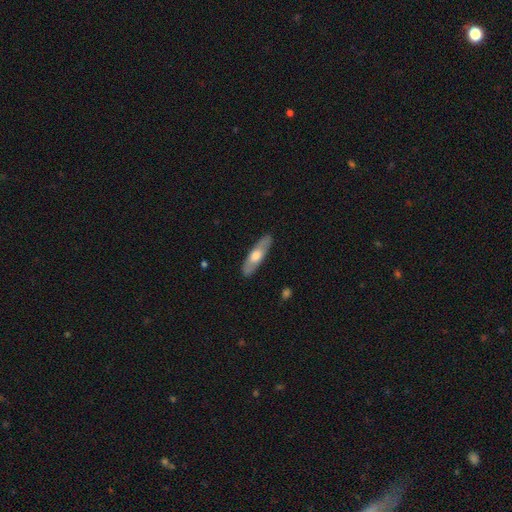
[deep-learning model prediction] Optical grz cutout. It shows a smooth galaxy with no disk features (53%) that is cigar-shaped (63%). Merging: none (88%).